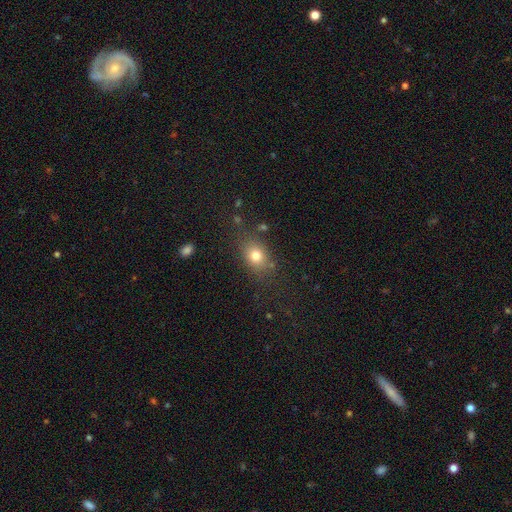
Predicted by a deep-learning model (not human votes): Morphology: type=smooth (77%); roundness=in between (59%); merging=none (75%).